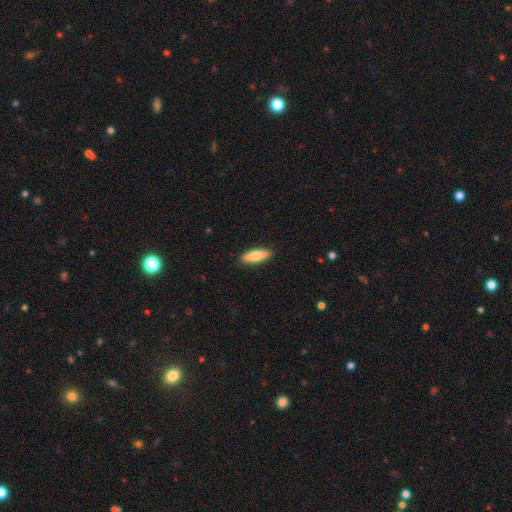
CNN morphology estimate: Q: Smooth or featured?
A: smooth (73%); runner-up: featured or disk (22%)
Q: How rounded?
A: cigar-shaped (50%); runner-up: in between (47%)
Q: Merging?
A: none (90%); runner-up: minor disturbance (8%)